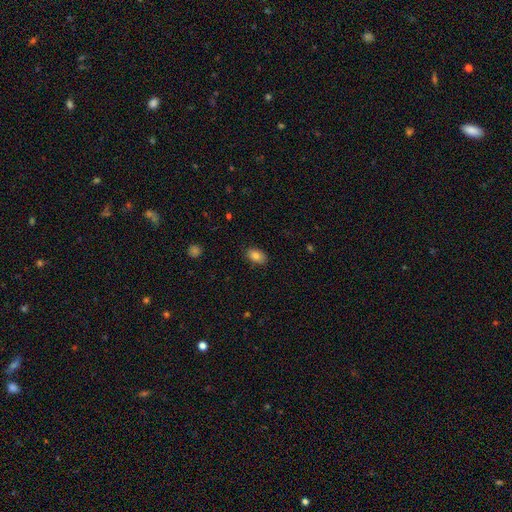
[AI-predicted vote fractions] Smooth or featured: smooth — 83% (featured or disk — 8%)
How rounded: in between — 88% (round — 11%)
Merging: none — 86% (minor disturbance — 11%)